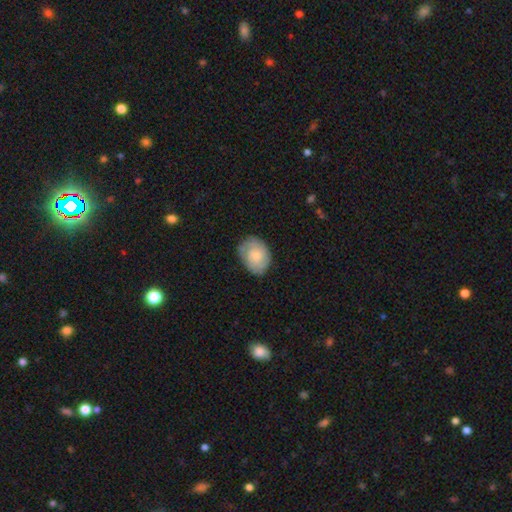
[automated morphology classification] Q: Smooth or featured?
A: smooth (64%); runner-up: featured or disk (29%)
Q: How rounded?
A: in between (67%); runner-up: round (32%)
Q: Merging?
A: none (71%); runner-up: minor disturbance (22%)